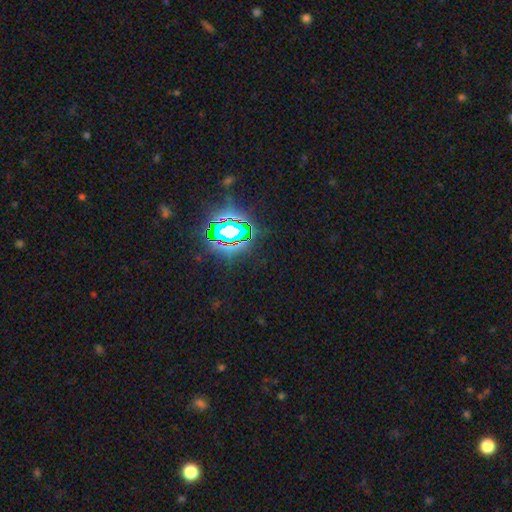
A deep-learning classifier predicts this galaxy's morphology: smooth_or_featured: star or artifact (p=0.82) [alt: smooth p=0.10]